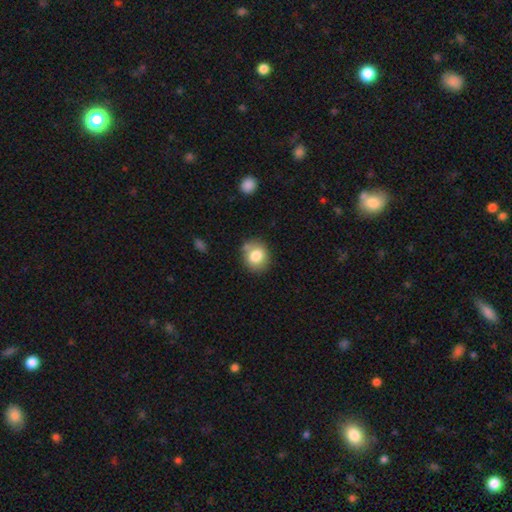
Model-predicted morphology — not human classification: smooth 80%, featured or disk 11%, star or artifact 9%. Down the decision tree: how rounded — round (70%); merging — none (72%).